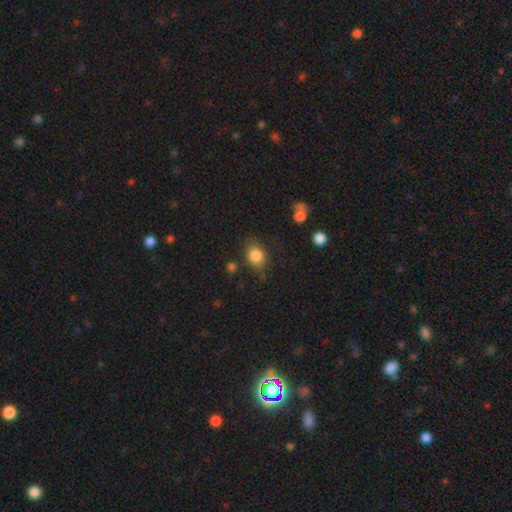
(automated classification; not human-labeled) Overall: smooth (84%). How rounded: in between (51%; round 48%). Merging: none (73%).